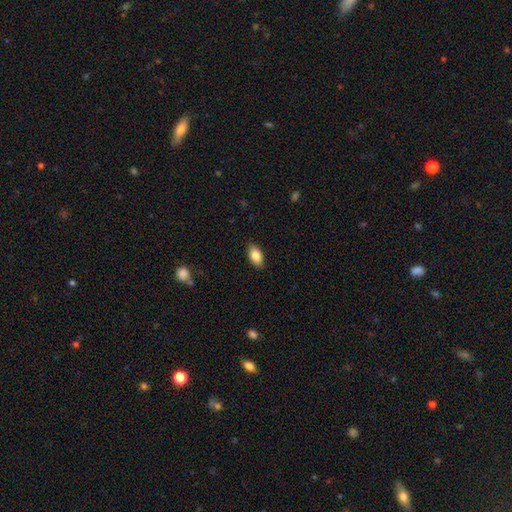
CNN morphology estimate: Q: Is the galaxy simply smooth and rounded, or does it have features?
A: smooth — 83%.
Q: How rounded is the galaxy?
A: in between — 91%.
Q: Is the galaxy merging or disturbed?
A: none — 88%.